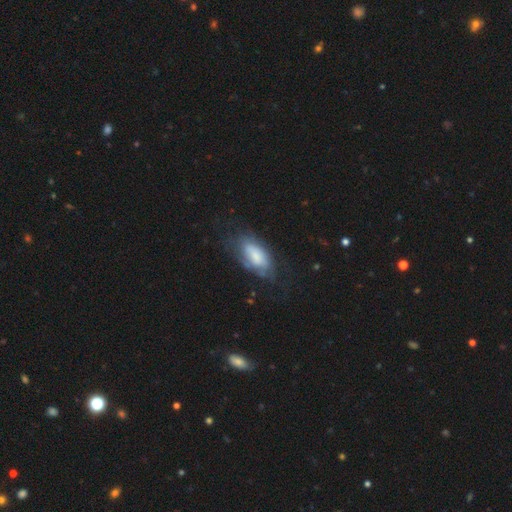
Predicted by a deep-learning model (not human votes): Smooth or featured? smooth (52%)
How rounded? in between (90%)
Merging? none (53%)